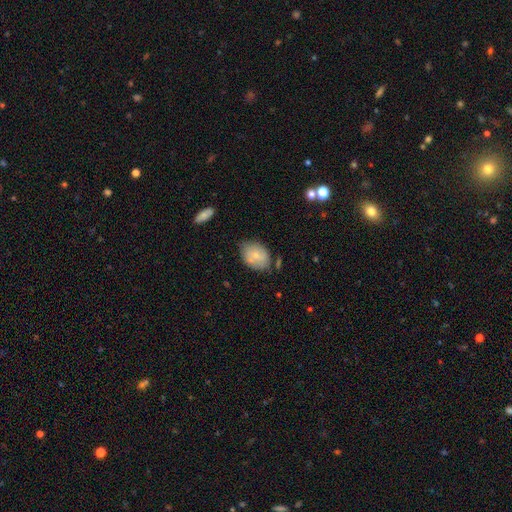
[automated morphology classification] A smooth galaxy with no disk features (71%) that is in between round and cigar-shaped (74%).

Vote fractions:
- Smooth or featured? smooth: 71% / featured or disk: 22% / star or artifact: 7%
- How rounded? in between: 74% / round: 25% / cigar-shaped: 1%
- Merging? none: 63% / minor disturbance: 25% / merger: 6% / major disturbance: 5%